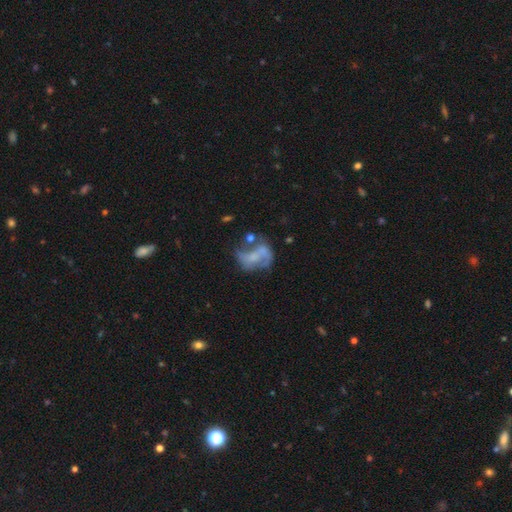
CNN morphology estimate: smooth_or_featured: featured or disk (p=0.61) [alt: smooth p=0.28]
disk_edge_on: no (p=0.97) [alt: yes p=0.03]
bar: no (p=0.66) [alt: weak p=0.25]
has_spiral_arms: yes (p=0.51) [alt: no p=0.49]
bulge_size: none (p=0.52) [alt: small p=0.22]
merging: none (p=0.34) [alt: major disturbance p=0.27]